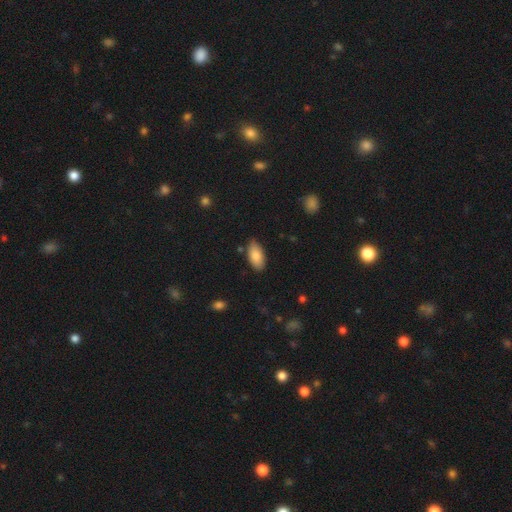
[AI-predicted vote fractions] smooth_or_featured: smooth (p=0.84) [alt: featured or disk p=0.10]
how_rounded: in between (p=0.91) [alt: cigar-shaped p=0.06]
merging: none (p=0.80) [alt: minor disturbance p=0.15]